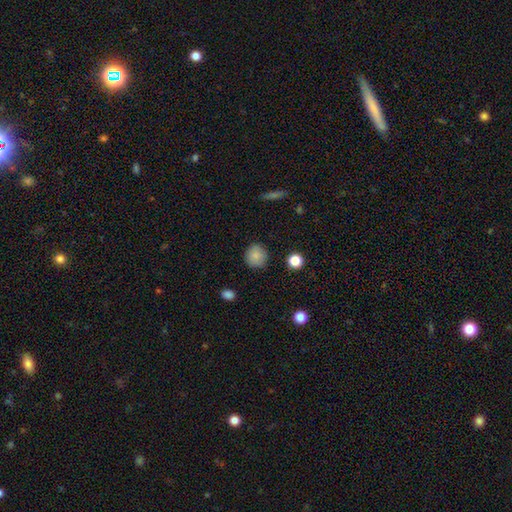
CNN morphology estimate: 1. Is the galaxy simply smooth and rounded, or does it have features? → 85% smooth, 9% star or artifact, 6% featured or disk.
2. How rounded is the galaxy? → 89% round, 10% in between, 1% cigar-shaped.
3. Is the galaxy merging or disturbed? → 87% none, 9% minor disturbance, 2% major disturbance, 1% merger.